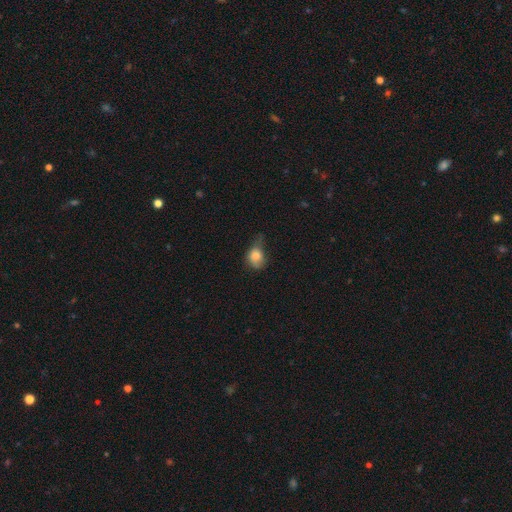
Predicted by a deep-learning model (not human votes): Smooth or featured? Predicted: smooth (p=0.78). How rounded? Predicted: round (p=0.50). Merging? Predicted: minor disturbance (p=0.43).